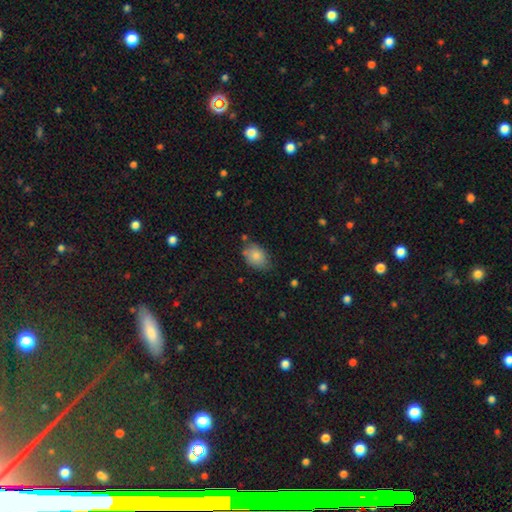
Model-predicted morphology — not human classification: Smooth or featured? smooth (84%)
How rounded? in between (78%)
Merging? none (68%)